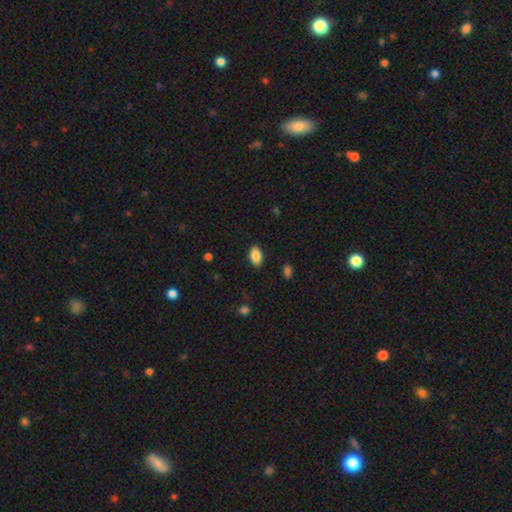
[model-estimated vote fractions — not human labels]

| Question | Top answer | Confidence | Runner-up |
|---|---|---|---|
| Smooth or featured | smooth | 88% | star or artifact (8%) |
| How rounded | in between | 93% | round (5%) |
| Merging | none | 87% | minor disturbance (10%) |